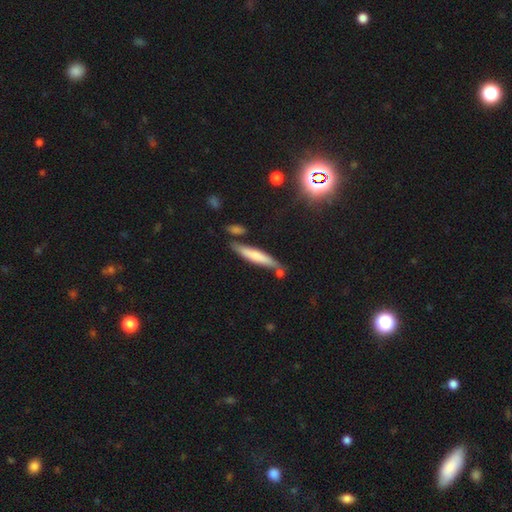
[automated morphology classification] A smooth galaxy with no disk features (67%) that is cigar-shaped (89%). Merging: none (73%).